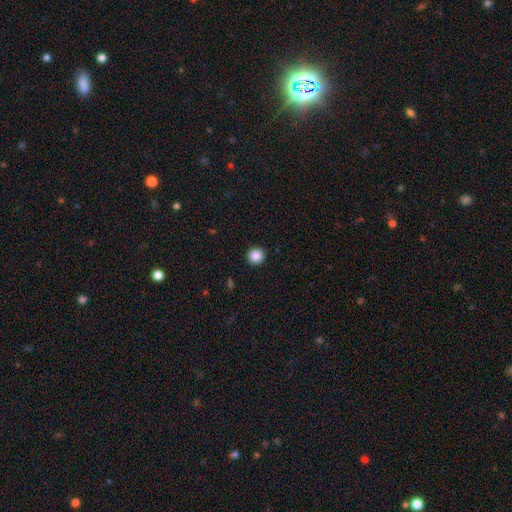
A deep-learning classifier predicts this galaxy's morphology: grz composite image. It shows a smooth galaxy with no disk features (87%) that is round (94%). Merging: none (93%).